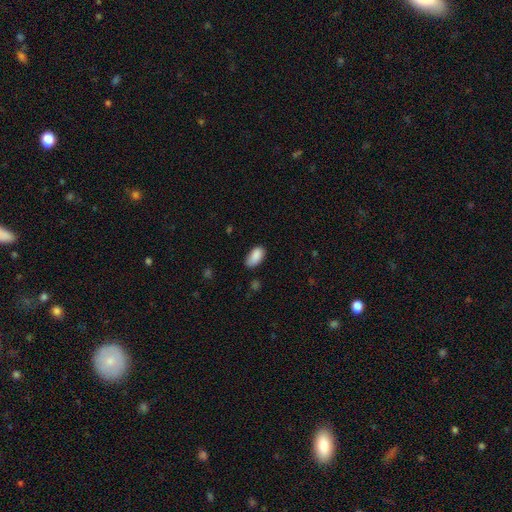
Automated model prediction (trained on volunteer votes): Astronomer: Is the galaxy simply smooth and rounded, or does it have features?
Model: smooth — 88%.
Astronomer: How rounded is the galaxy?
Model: in between — 94%.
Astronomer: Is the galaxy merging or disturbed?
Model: none — 72%.